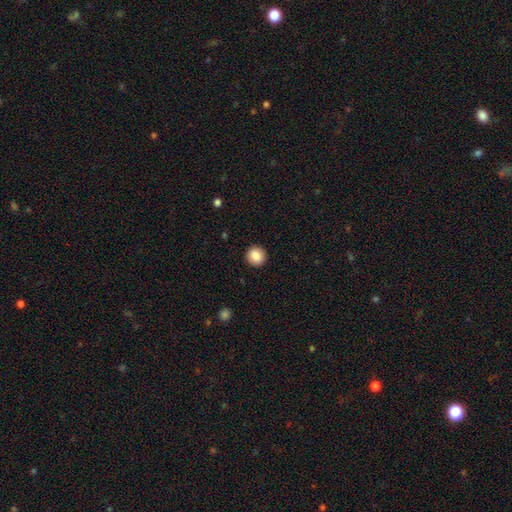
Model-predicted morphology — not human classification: Overall: smooth (88%). How rounded: round (94%). Merging: none (92%).